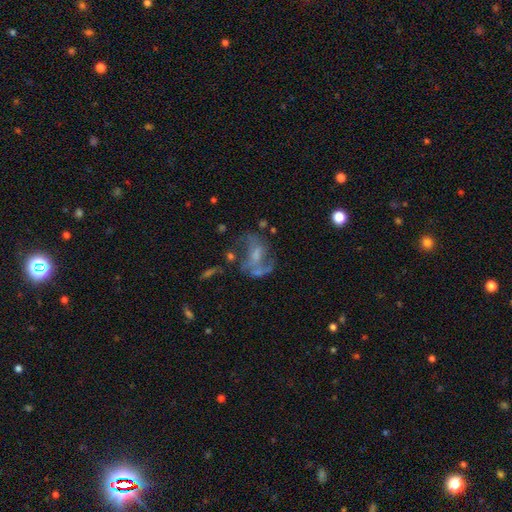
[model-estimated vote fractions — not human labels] This is likely a featured or disk galaxy (67%). It is clearly not viewed edge-on (97%). Bar: marginally no (44%). Spiral arm pattern: likely yes (65%). Central bulge: marginally none (36%). Merging: marginally none (40%).